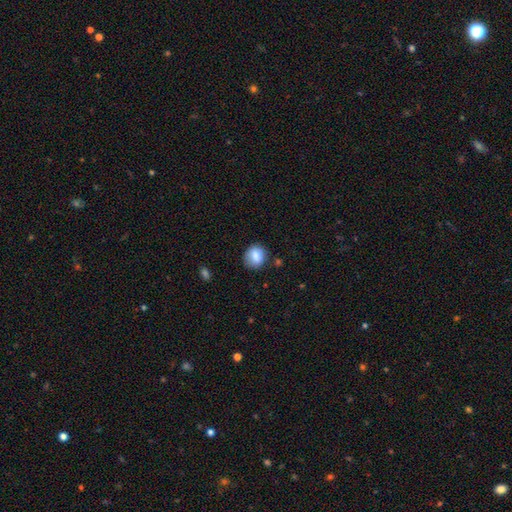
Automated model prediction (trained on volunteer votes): smooth-or-featured: smooth: 82% | featured or disk: 10% | star or artifact: 8%
  how-rounded: round: 67% | in between: 32% | cigar-shaped: 1%
  merging: none: 76% | minor disturbance: 17% | major disturbance: 4% | merger: 3%